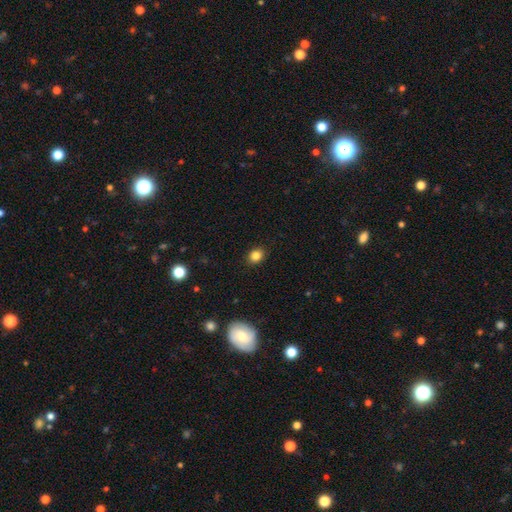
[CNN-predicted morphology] Smooth or featured? smooth (83%)
How rounded? round (59%)
Merging? none (90%)